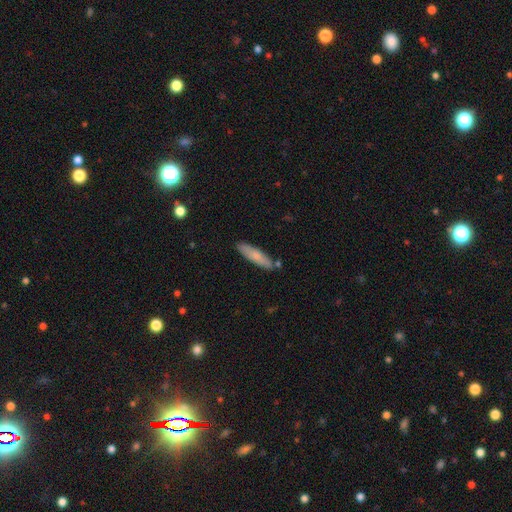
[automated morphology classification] Smooth or featured: smooth — 73% (featured or disk — 21%)
How rounded: cigar-shaped — 76% (in between — 23%)
Merging: none — 81% (minor disturbance — 13%)